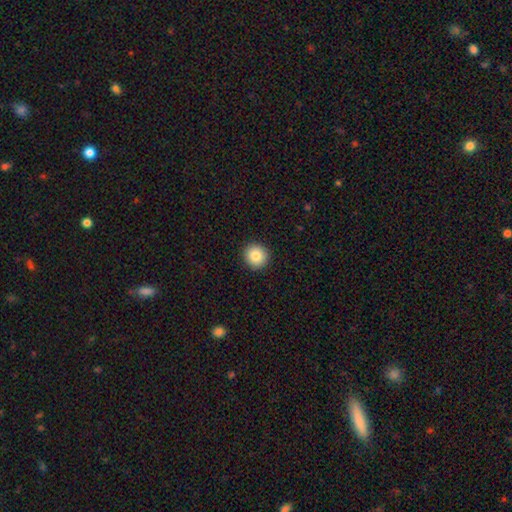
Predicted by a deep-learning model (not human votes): Smooth or featured?
  - smooth: 85% *
  - star or artifact: 9%
  - featured or disk: 6%
How rounded?
  - round: 95% *
  - in between: 4%
  - cigar-shaped: 1%
Merging?
  - none: 93% *
  - minor disturbance: 5%
  - major disturbance: 2%
  - merger: 1%